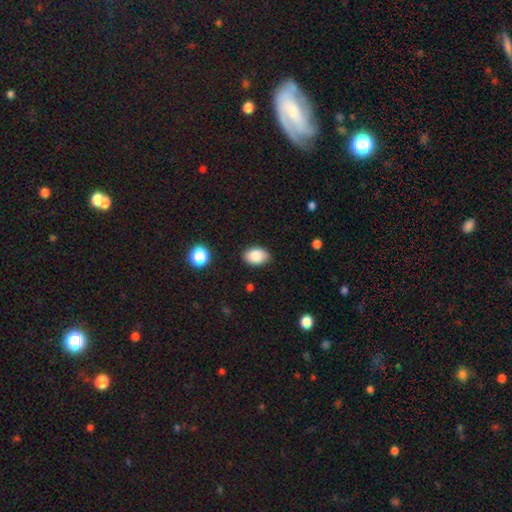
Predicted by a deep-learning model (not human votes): This is clearly a smooth galaxy (88%). How rounded: clearly in between (85%). Merging: clearly none (84%).